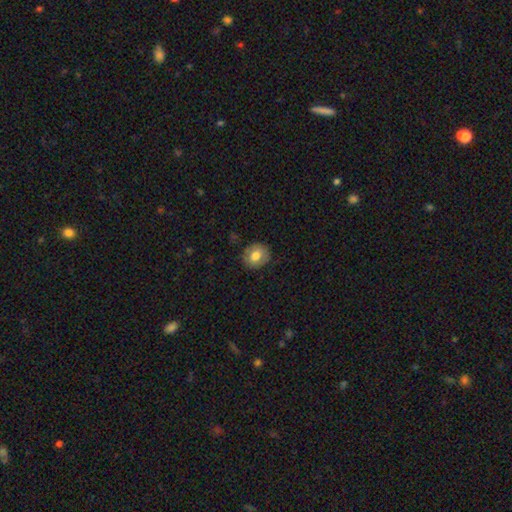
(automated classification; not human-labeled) This is likely a smooth galaxy (74%). How rounded: likely round (70%). Merging: clearly none (86%).